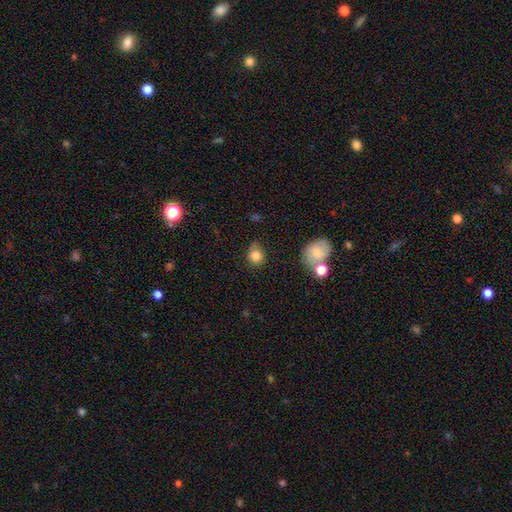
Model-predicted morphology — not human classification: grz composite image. It shows a smooth galaxy with no disk features (83%) that is round (77%). Merging: none (65%).